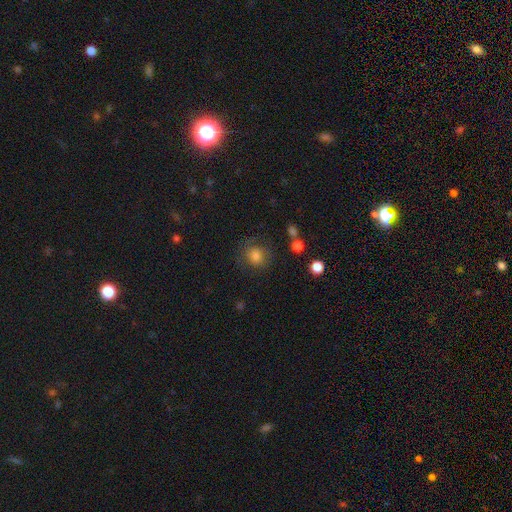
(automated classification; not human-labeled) Smooth or featured?
  - smooth: 75% *
  - featured or disk: 14%
  - star or artifact: 11%
How rounded?
  - round: 81% *
  - in between: 18%
  - cigar-shaped: 1%
Merging?
  - none: 70% *
  - minor disturbance: 17%
  - major disturbance: 10%
  - merger: 2%